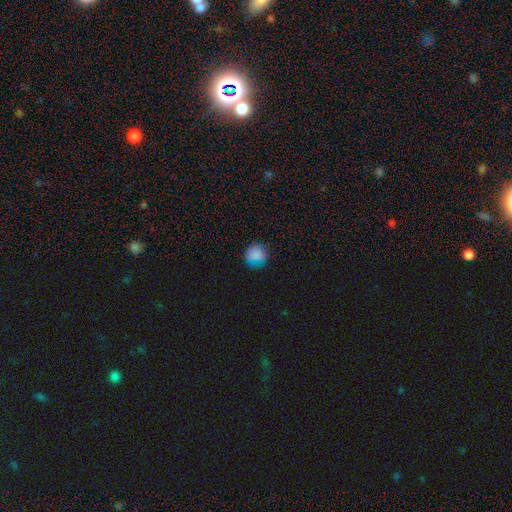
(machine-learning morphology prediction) Smooth or featured: smooth — 79% (star or artifact — 13%)
How rounded: round — 87% (in between — 12%)
Merging: none — 78% (minor disturbance — 16%)